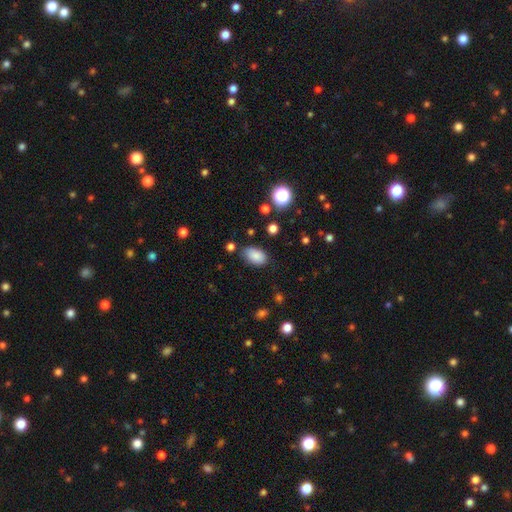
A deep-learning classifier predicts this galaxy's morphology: Smooth or featured: smooth — 85% (star or artifact — 9%)
How rounded: in between — 91% (round — 7%)
Merging: none — 80% (minor disturbance — 14%)